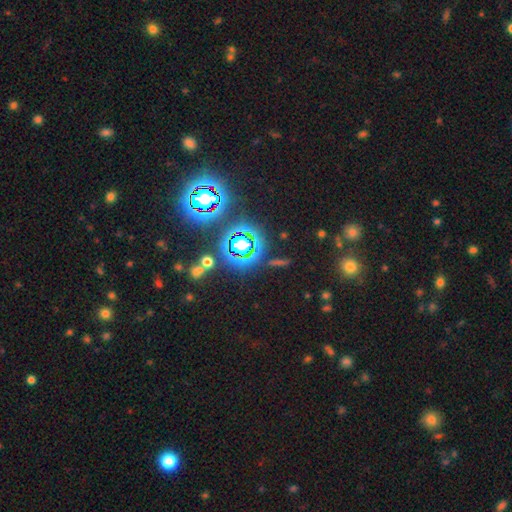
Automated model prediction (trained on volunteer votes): The model was most divided on "smooth or featured": star or artifact: 77%, smooth: 15%, featured or disk: 7%.